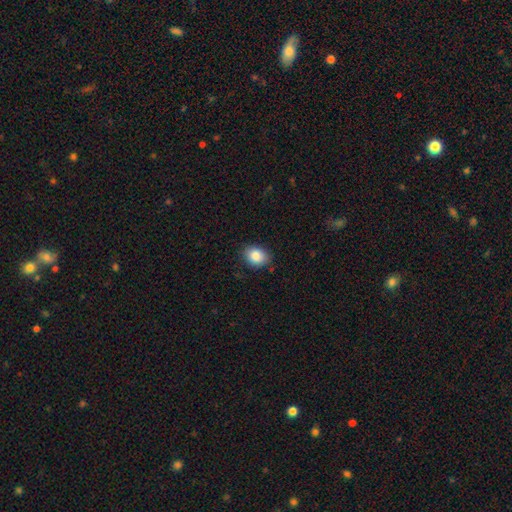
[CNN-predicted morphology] smooth-or-featured: smooth: 86% | star or artifact: 9% | featured or disk: 5%
  how-rounded: in between: 58% | round: 41% | cigar-shaped: 1%
  merging: none: 84% | minor disturbance: 13% | major disturbance: 2% | merger: 1%